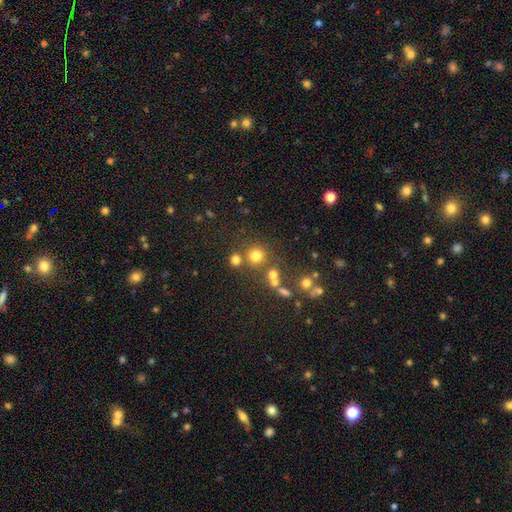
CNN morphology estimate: Smooth or featured?
  - smooth: 74% *
  - star or artifact: 18%
  - featured or disk: 8%
How rounded?
  - round: 92% *
  - in between: 7%
  - cigar-shaped: 1%
Merging?
  - none: 72% *
  - merger: 16%
  - minor disturbance: 8%
  - major disturbance: 4%